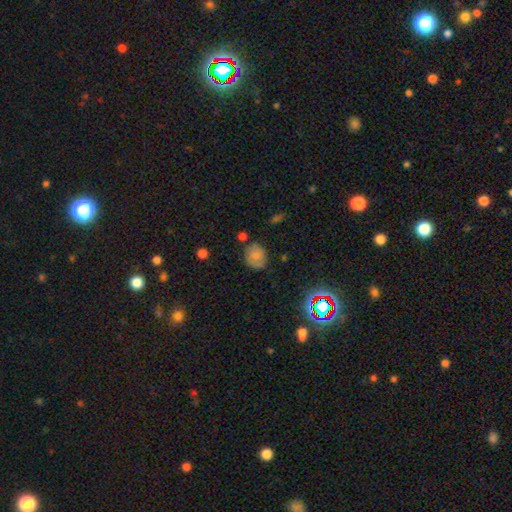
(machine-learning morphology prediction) A smooth galaxy with no disk features (73%) that is round (59%).

Vote fractions:
- Smooth or featured? smooth: 73% / featured or disk: 15% / star or artifact: 12%
- How rounded? round: 59% / in between: 40% / cigar-shaped: 1%
- Merging? none: 69% / minor disturbance: 21% / major disturbance: 6% / merger: 5%